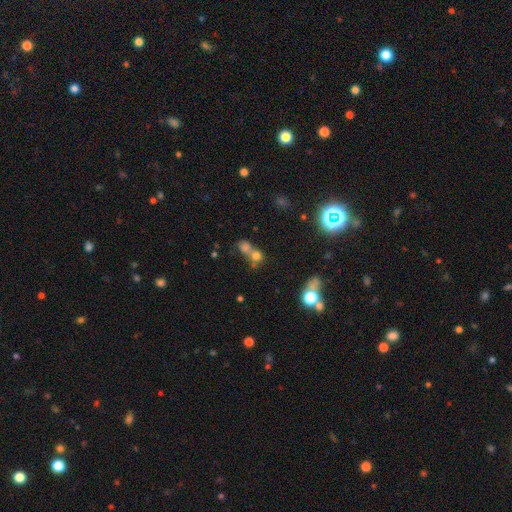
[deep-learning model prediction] This appears to be a smooth galaxy with no disk features (66%) that is round (71%). Merging: merger (56%).